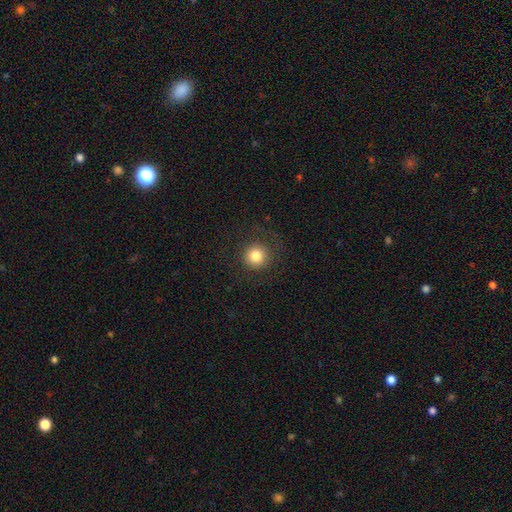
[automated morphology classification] A smooth galaxy with no disk features (82%) that is round (95%). Merging: none (87%).